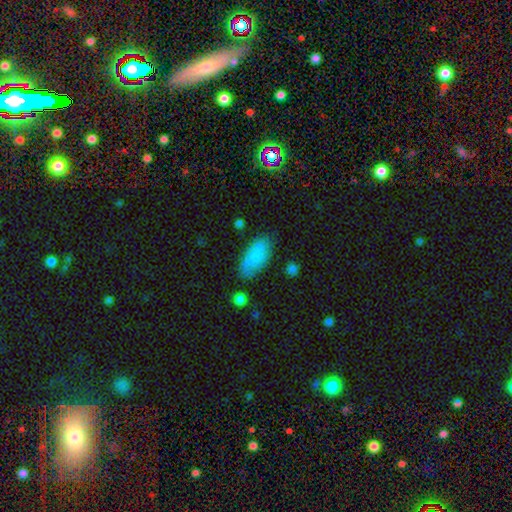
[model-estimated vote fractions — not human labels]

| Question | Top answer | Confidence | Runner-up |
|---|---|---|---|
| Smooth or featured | smooth | 86% | featured or disk (7%) |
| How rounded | in between | 87% | cigar-shaped (11%) |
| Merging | none | 77% | minor disturbance (17%) |